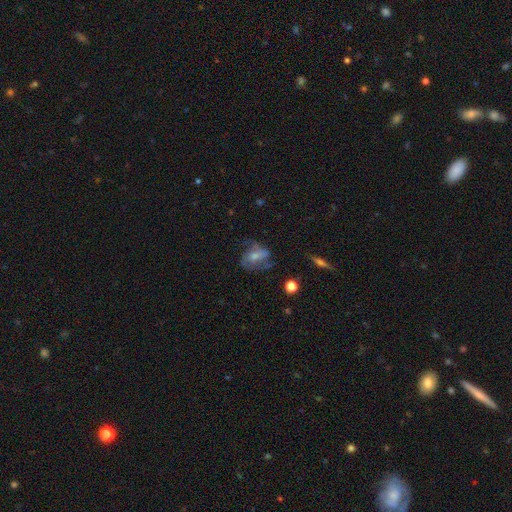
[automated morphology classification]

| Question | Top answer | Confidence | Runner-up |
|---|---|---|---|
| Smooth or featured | featured or disk | 60% | smooth (30%) |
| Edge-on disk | no | 96% | yes (4%) |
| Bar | no | 50% | weak (38%) |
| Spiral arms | yes | 78% | no (22%) |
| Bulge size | moderate | 41% | small (40%) |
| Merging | none | 49% | major disturbance (24%) |